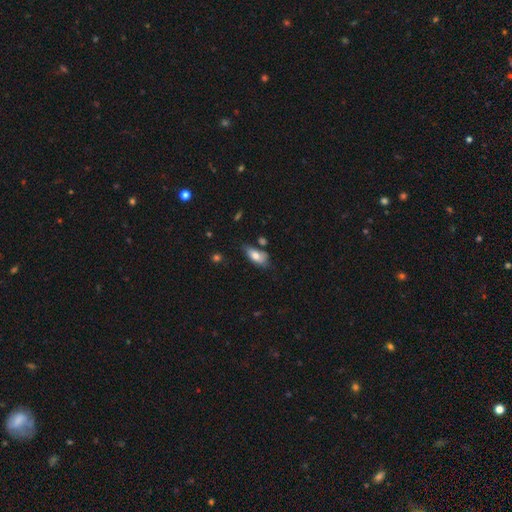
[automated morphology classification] smooth 74%, featured or disk 19%, star or artifact 7%. Down the decision tree: how rounded — in between (86%); merging — none (50%).